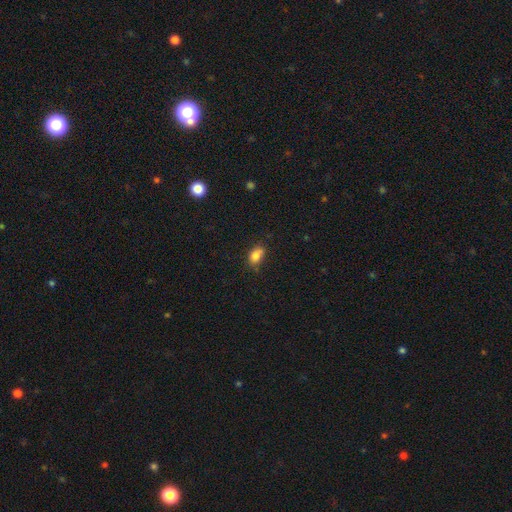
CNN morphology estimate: Smooth or featured? Predicted: smooth (p=0.82). How rounded? Predicted: in between (p=0.78). Merging? Predicted: none (p=0.59).